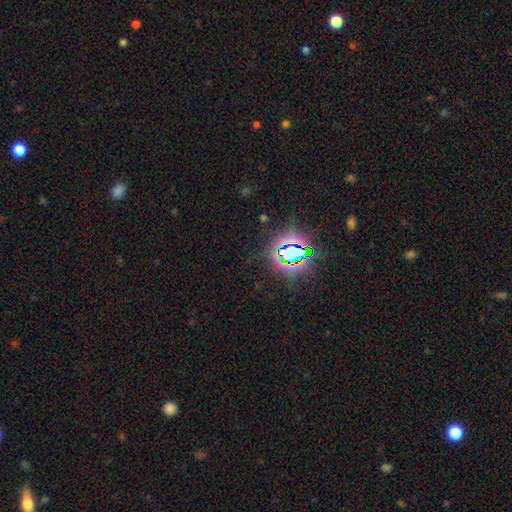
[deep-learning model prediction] Smooth or featured? star or artifact (80%)